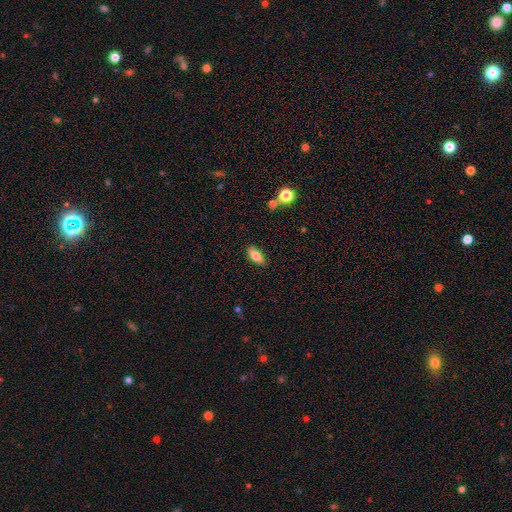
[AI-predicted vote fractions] Morphology: type=smooth (79%); roundness=in between (81%); merging=none (85%).